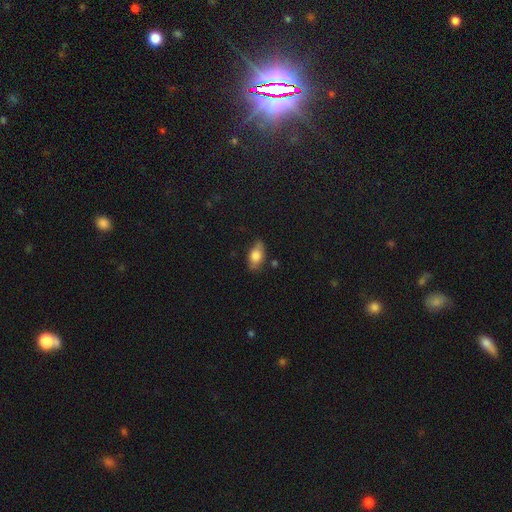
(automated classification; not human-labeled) This appears to be a smooth galaxy with no disk features (72%) that is in between round and cigar-shaped (86%). Merging: none (71%).